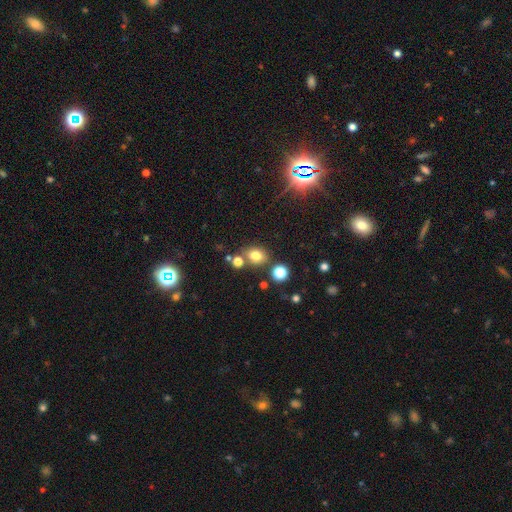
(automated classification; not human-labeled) This is likely a smooth galaxy (76%). How rounded: possibly round (56%). Merging: likely none (70%).